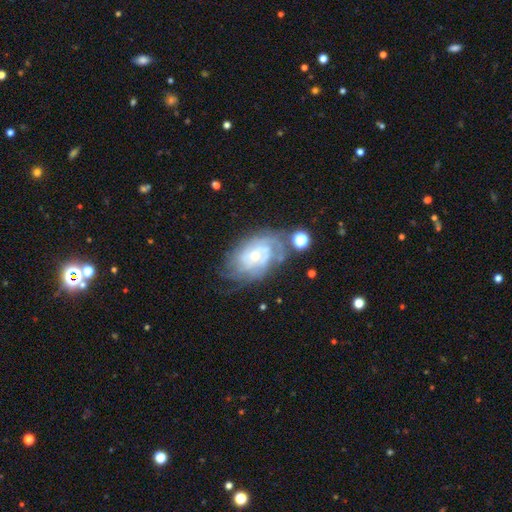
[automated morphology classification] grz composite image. It shows a featured or disk galaxy (80%) with no bar (69%), tight (67%) spiral arms (92%) and a small central bulge (57%). Merging: none (59%).